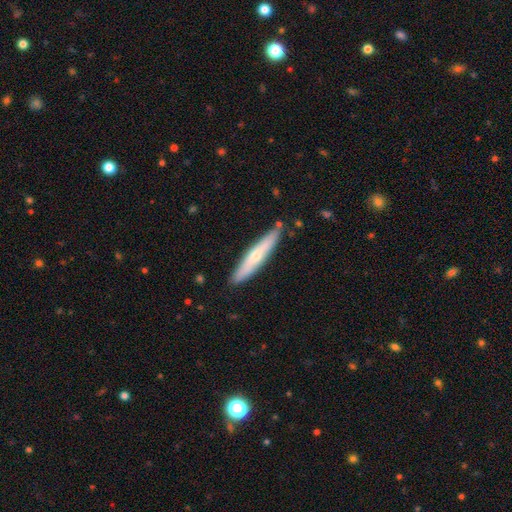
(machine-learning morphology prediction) smooth_or_featured: smooth (p=0.51) [alt: featured or disk p=0.44]
how_rounded: cigar-shaped (p=0.90) [alt: in between p=0.09]
merging: none (p=0.86) [alt: minor disturbance p=0.10]